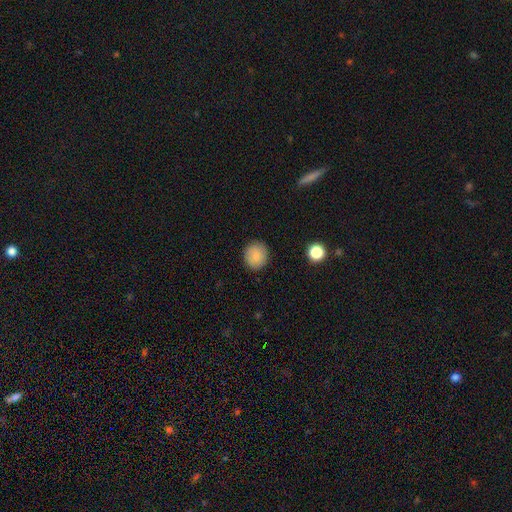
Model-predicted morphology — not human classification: Smooth or featured? Predicted: smooth (p=0.84). How rounded? Predicted: round (p=0.87). Merging? Predicted: none (p=0.89).